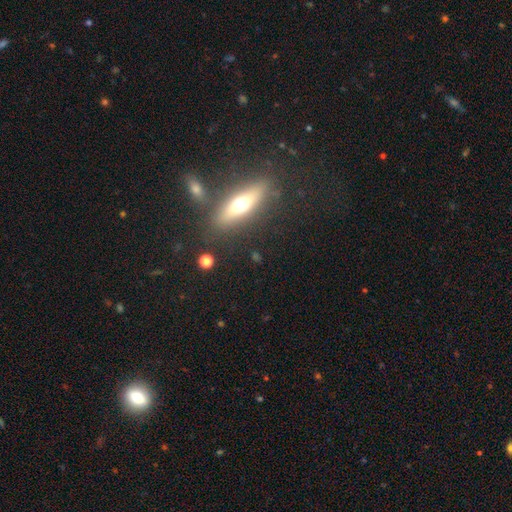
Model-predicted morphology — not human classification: smooth 49%, featured or disk 40%, star or artifact 12%. Down the decision tree: merging — none (80%).